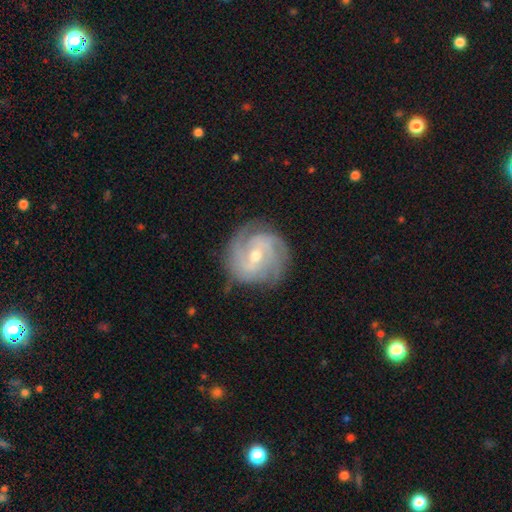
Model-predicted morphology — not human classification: Overall: featured or disk (88%). Edge-on disk: no (98%). Bar: weak (47%; no 38%). Spiral arms: yes (97%). Spiral arm count: 3 (36%; 2 24%). Spiral winding: tight (62%; medium 32%). Bulge size: moderate (50%; small 48%). Merging: none (79%).